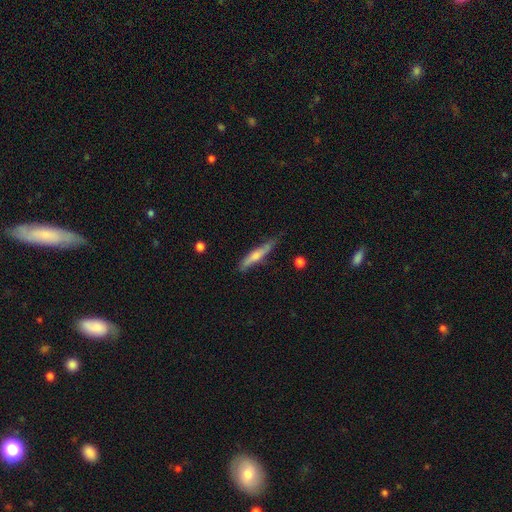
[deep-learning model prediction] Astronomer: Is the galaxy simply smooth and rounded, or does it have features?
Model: smooth — 48% (runner-up: featured or disk, 46%).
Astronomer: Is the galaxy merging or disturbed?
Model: none — 73%.